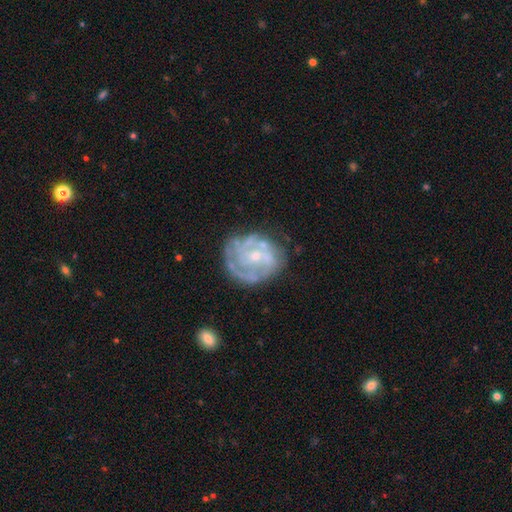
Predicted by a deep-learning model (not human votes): This appears to be a featured or disk galaxy (80%) with no bar (69%), tight (61%) spiral arms (79%) and a small central bulge (63%). Merging: none (62%).